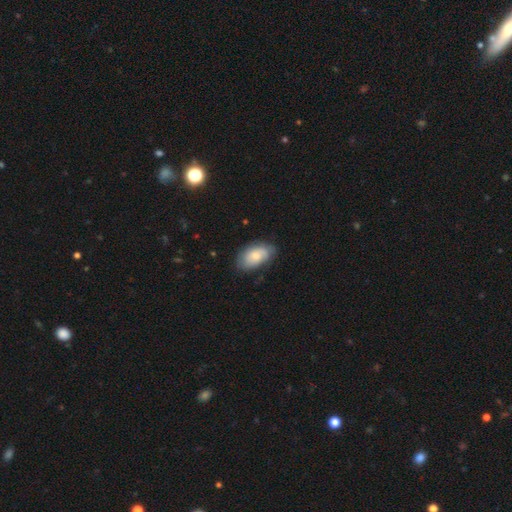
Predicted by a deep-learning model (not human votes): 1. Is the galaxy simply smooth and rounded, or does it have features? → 63% smooth, 30% featured or disk, 7% star or artifact.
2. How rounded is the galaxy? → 93% in between, 5% round, 2% cigar-shaped.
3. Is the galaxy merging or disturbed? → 70% none, 23% minor disturbance, 6% major disturbance, 1% merger.